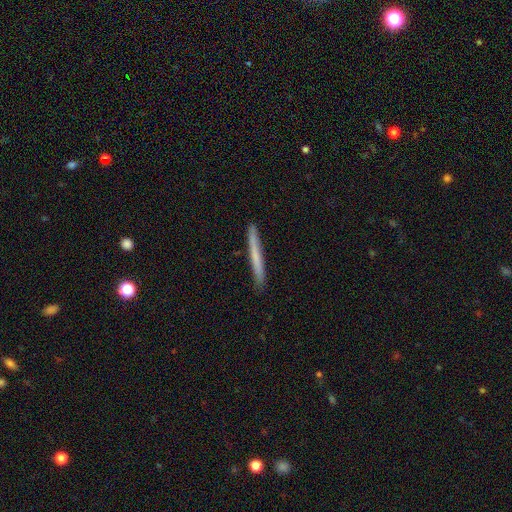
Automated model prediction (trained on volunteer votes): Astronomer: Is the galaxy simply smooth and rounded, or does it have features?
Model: smooth — 62%.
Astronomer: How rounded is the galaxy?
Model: cigar-shaped — 97%.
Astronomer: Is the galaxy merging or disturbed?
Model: none — 91%.